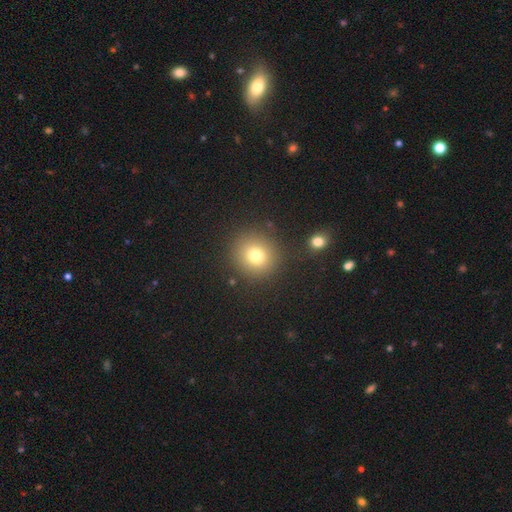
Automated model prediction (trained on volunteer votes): Smooth or featured? smooth (76%)
How rounded? round (90%)
Merging? none (87%)